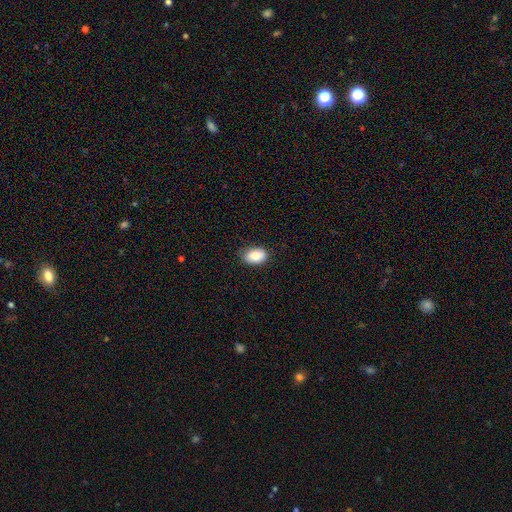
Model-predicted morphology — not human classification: A smooth galaxy with no disk features (85%) that is in between round and cigar-shaped (87%). Merging: none (84%).